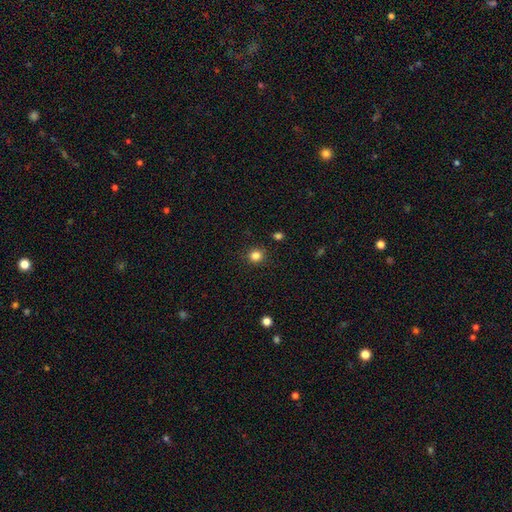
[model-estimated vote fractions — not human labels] Overall: smooth (83%). How rounded: round (90%). Merging: none (89%).